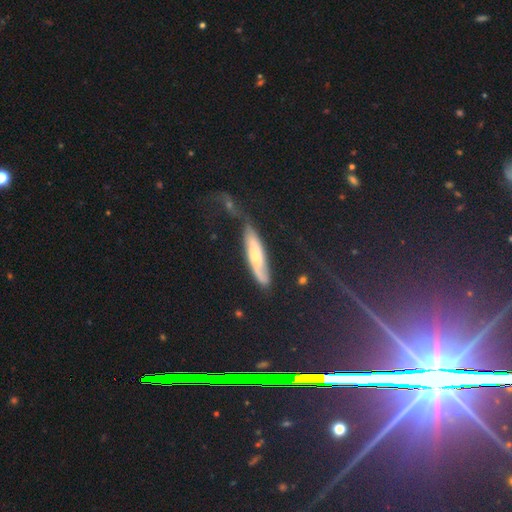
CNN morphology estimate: The model was most divided on "smooth or featured": featured or disk: 46%, smooth: 43%, star or artifact: 10%. More confident: merging — none (54%).